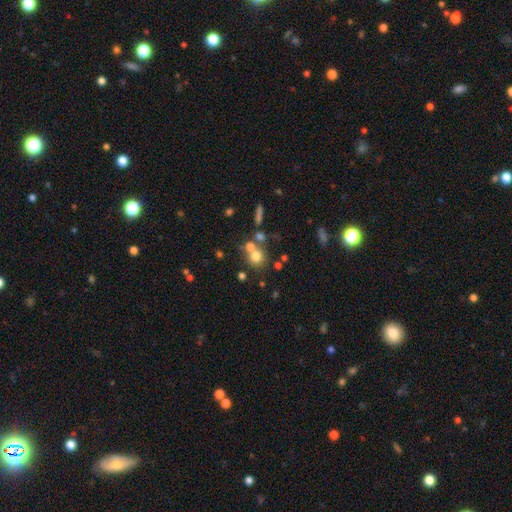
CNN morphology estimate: type=smooth (69%); roundness=round (86%); merging=none (55%).